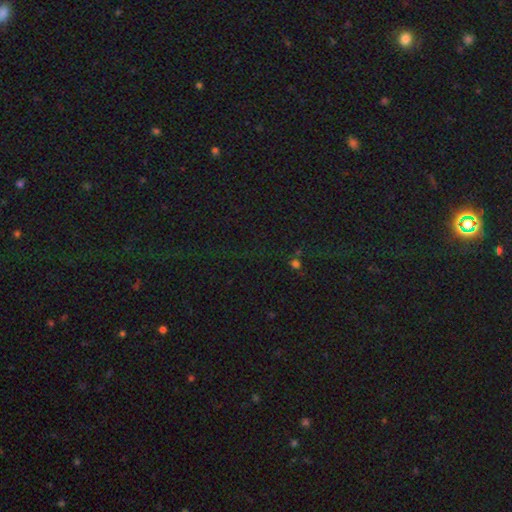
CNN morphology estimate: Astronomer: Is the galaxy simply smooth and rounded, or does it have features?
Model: star or artifact — 75%.